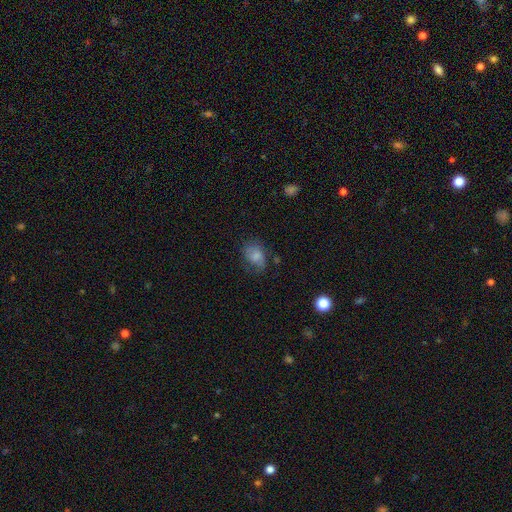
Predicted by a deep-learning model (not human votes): Morphology: type=smooth (70%); roundness=in between (78%); merging=none (57%).